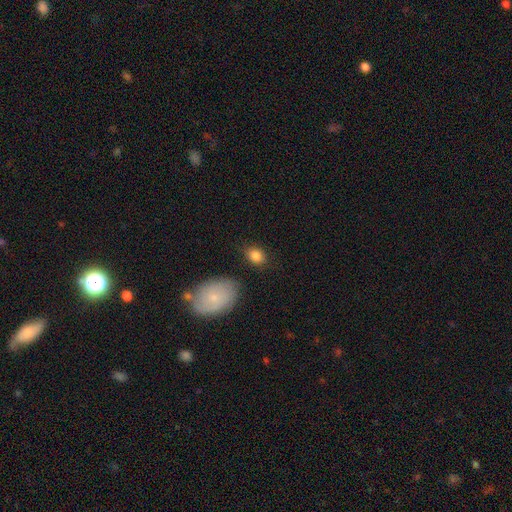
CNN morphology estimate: Smooth or featured? Predicted: smooth (p=0.85). How rounded? Predicted: in between (p=0.62). Merging? Predicted: none (p=0.78).